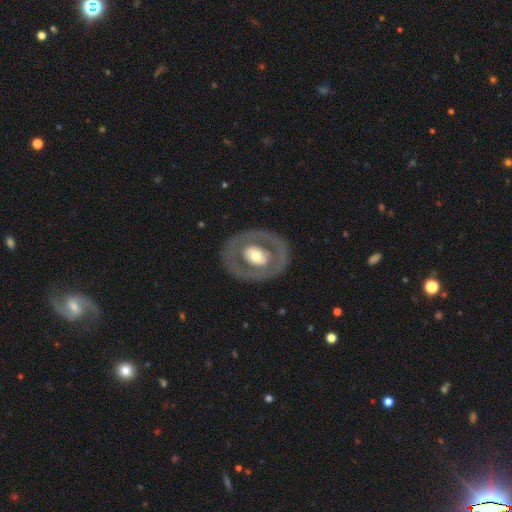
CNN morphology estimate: Smooth or featured? Predicted: featured or disk (p=0.60). Edge-on disk? Predicted: no (p=0.92). Bar? Predicted: no (p=0.78). Spiral arms? Predicted: no (p=0.90). Bulge size? Predicted: moderate (p=0.60). Merging? Predicted: none (p=0.81).